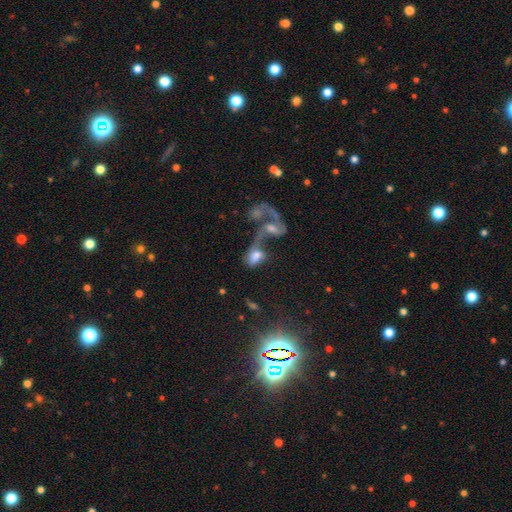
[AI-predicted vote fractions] Smooth or featured? smooth (45%)
Merging? merger (69%)